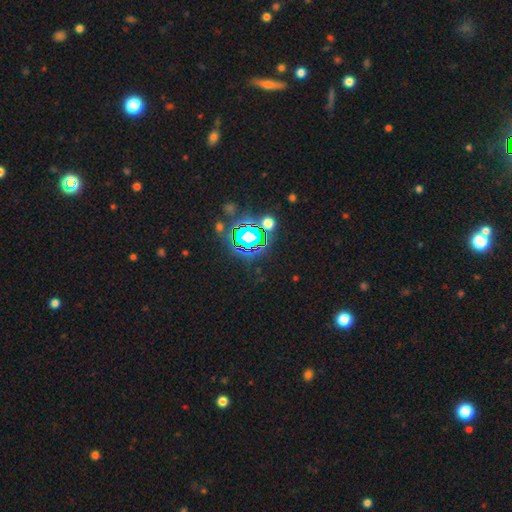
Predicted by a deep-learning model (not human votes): This is clearly a star or artifact rather than a galaxy (82%).